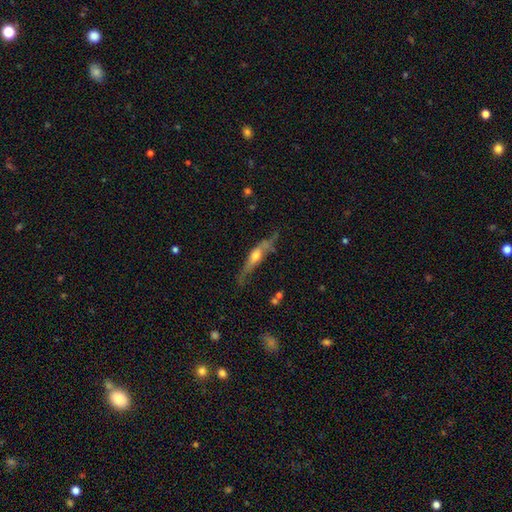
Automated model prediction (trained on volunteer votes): This is possibly a featured or disk galaxy (57%). It is likely viewed edge-on (78%). Merging: possibly none (52%).